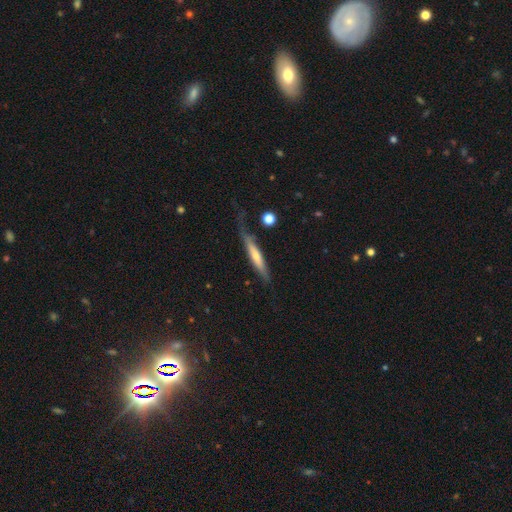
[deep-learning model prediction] This is possibly a featured or disk galaxy (52%). It is clearly viewed edge-on (85%). Merging: possibly none (58%).